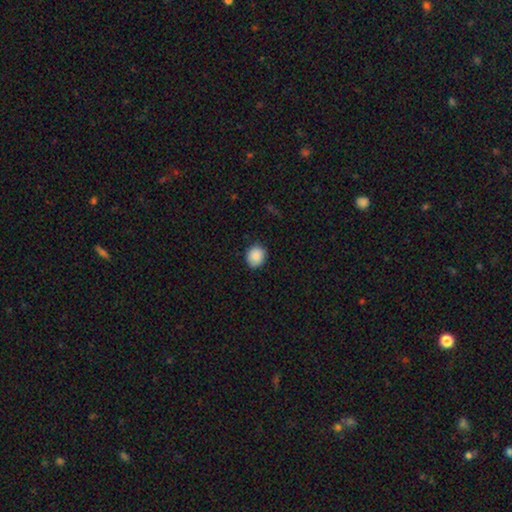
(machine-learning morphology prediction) Smooth or featured? Predicted: smooth (p=0.89). How rounded? Predicted: round (p=0.77). Merging? Predicted: none (p=0.86).